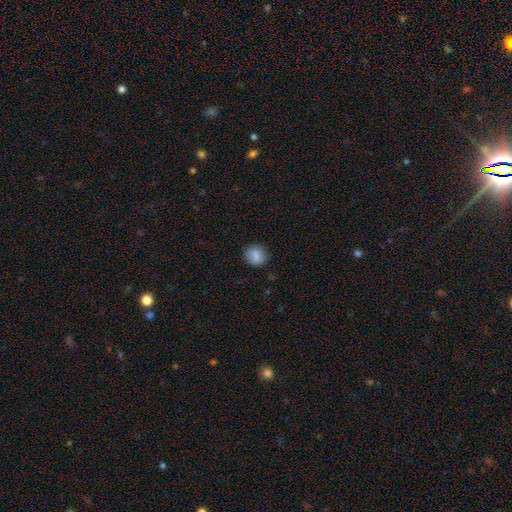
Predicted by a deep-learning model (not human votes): smooth-or-featured: smooth: 85% | star or artifact: 8% | featured or disk: 6%
  how-rounded: round: 73% | in between: 26% | cigar-shaped: 1%
  merging: none: 85% | minor disturbance: 11% | major disturbance: 3% | merger: 1%